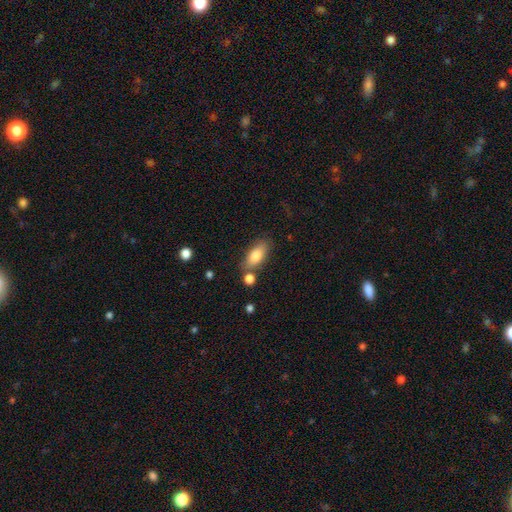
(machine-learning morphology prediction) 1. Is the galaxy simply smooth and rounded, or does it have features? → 81% smooth, 12% featured or disk, 7% star or artifact.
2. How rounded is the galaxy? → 83% in between, 13% cigar-shaped, 4% round.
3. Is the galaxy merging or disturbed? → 70% none, 15% minor disturbance, 11% merger, 4% major disturbance.